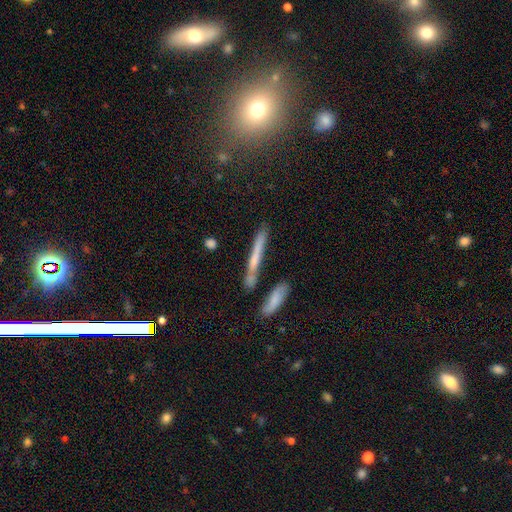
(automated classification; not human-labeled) This is possibly a smooth galaxy (58%). How rounded: clearly cigar-shaped (94%). Merging: likely none (71%).